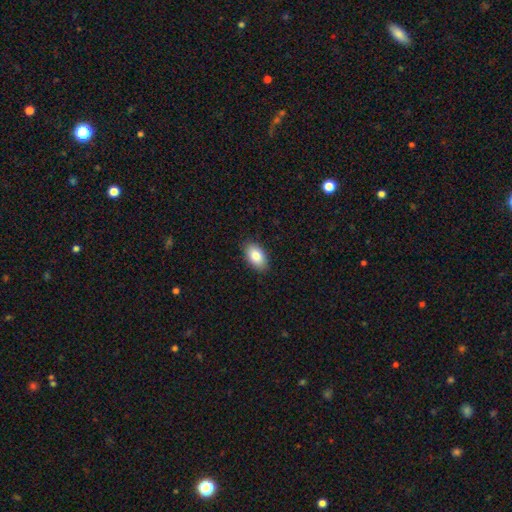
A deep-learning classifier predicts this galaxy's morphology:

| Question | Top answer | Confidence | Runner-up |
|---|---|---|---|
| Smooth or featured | smooth | 84% | featured or disk (9%) |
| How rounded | in between | 93% | round (5%) |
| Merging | none | 88% | minor disturbance (9%) |